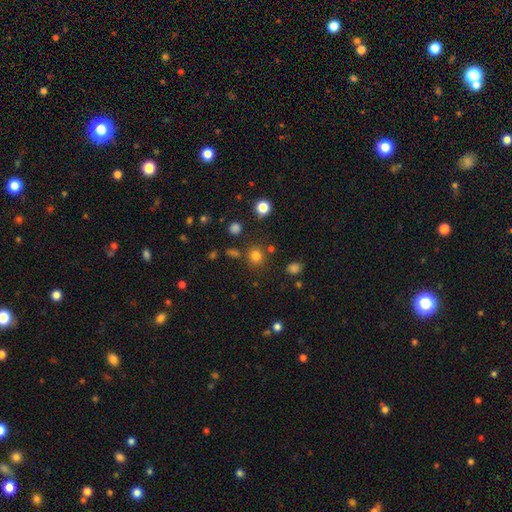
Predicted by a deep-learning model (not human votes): Morphology: type=smooth (78%); roundness=round (86%); merging=none (81%).